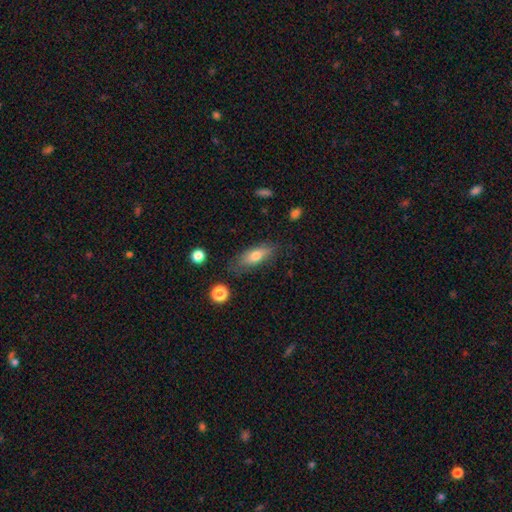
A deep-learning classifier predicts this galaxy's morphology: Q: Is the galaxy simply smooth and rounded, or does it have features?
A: smooth — 71%.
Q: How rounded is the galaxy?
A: in between — 66%.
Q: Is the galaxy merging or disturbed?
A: none — 73%.